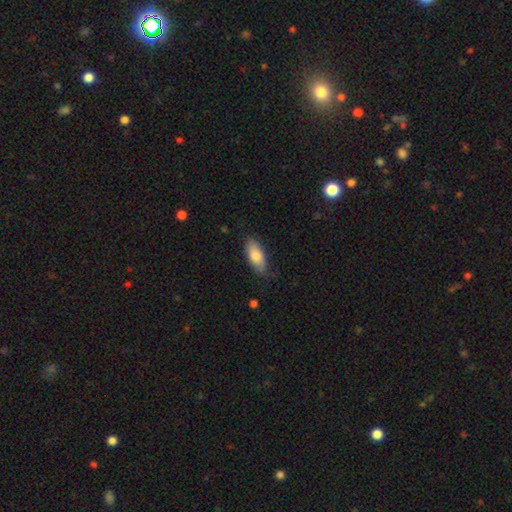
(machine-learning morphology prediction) Overall: smooth (81%). How rounded: in between (84%). Merging: none (77%).